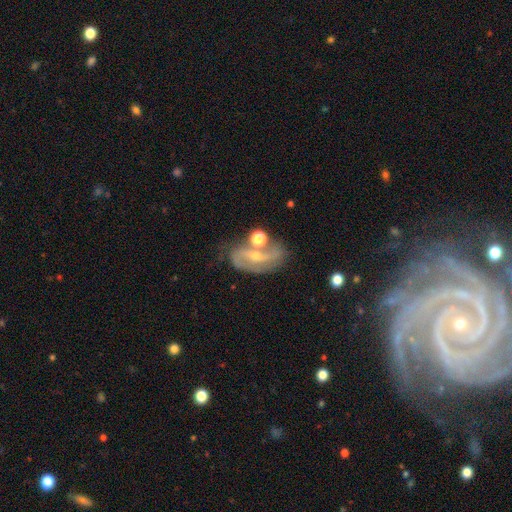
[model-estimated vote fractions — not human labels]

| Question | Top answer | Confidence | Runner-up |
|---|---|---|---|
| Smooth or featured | featured or disk | 77% | smooth (14%) |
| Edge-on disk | no | 94% | yes (6%) |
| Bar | weak | 39% | strong (34%) |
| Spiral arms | yes | 88% | no (12%) |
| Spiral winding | medium | 43% | loose (37%) |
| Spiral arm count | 2 | 83% | can't tell (8%) |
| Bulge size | small | 56% | moderate (37%) |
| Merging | none | 54% | minor disturbance (19%) |